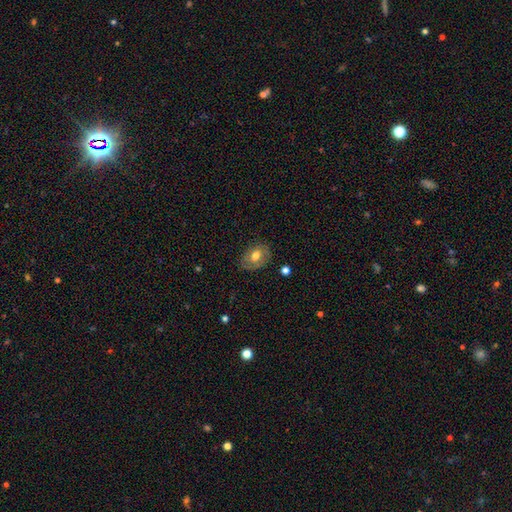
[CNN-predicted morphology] type=smooth (57%); roundness=in between (74%); merging=none (75%).